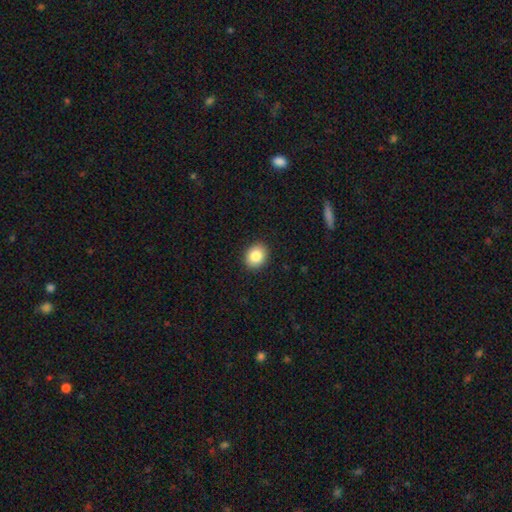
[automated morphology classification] Smooth or featured? Predicted: smooth (p=0.85). How rounded? Predicted: round (p=0.56). Merging? Predicted: none (p=0.91).